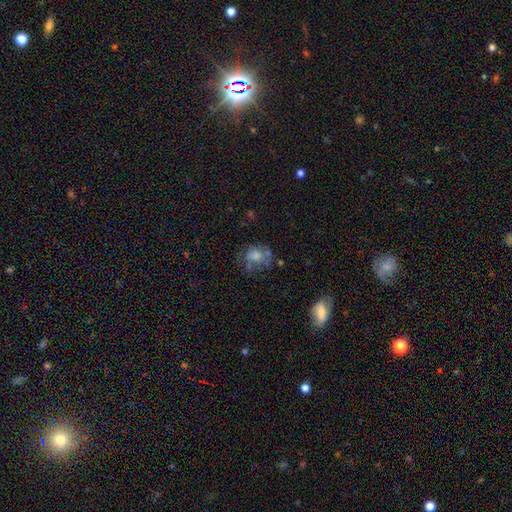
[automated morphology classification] smooth_or_featured: smooth (p=0.43) [alt: featured or disk p=0.40]
merging: none (p=0.51) [alt: minor disturbance p=0.22]